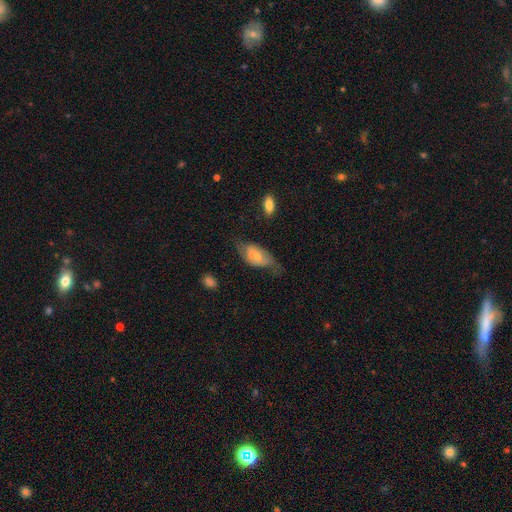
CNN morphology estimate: Smooth or featured? Predicted: smooth (p=0.50). Merging? Predicted: none (p=0.40).